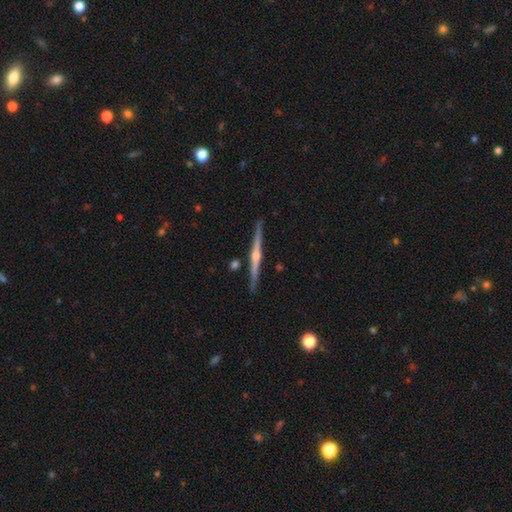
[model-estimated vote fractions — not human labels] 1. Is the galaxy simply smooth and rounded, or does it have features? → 82% featured or disk, 13% smooth, 5% star or artifact.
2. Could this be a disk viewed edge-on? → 99% yes, 1% no.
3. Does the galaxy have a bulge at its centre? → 88% rounded, 7% none, 5% boxy.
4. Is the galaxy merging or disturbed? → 90% none, 6% minor disturbance, 2% merger, 1% major disturbance.